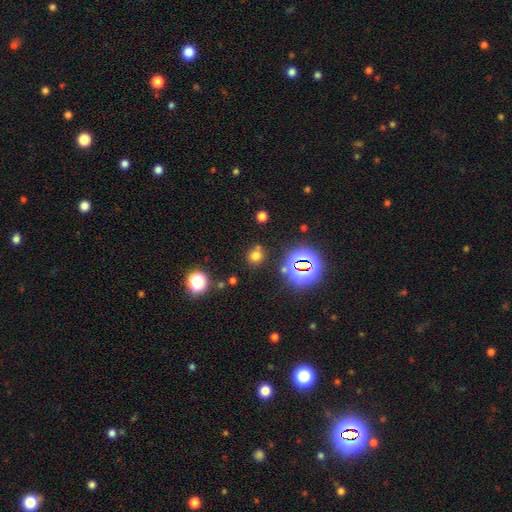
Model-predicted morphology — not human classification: Q: Smooth or featured?
A: smooth (65%); runner-up: star or artifact (27%)
Q: How rounded?
A: round (85%); runner-up: in between (14%)
Q: Merging?
A: none (73%); runner-up: merger (12%)